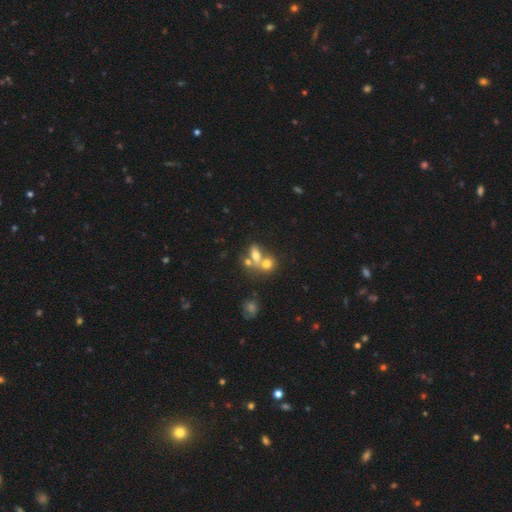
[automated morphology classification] Overall: smooth (65%). How rounded: in between (66%; round 30%). Merging: merger (57%; none 29%).